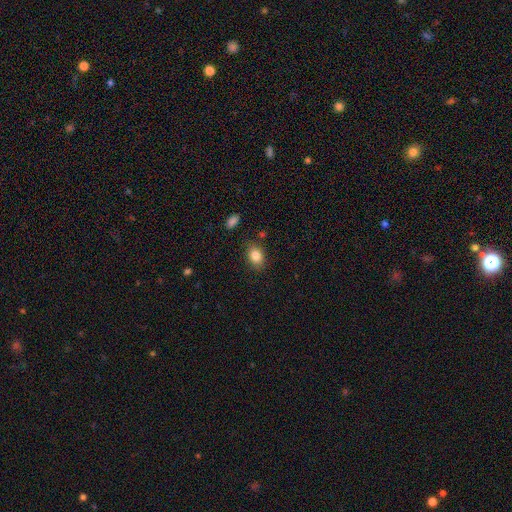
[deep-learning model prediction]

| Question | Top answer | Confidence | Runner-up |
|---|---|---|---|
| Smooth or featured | smooth | 85% | star or artifact (9%) |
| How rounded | in between | 70% | round (29%) |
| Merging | none | 82% | minor disturbance (12%) |